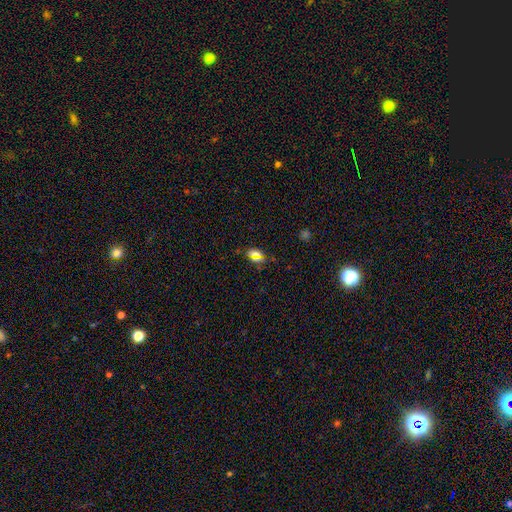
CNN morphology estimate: Overall: smooth (55%; star or artifact 35%). How rounded: in between (71%). Merging: none (80%).